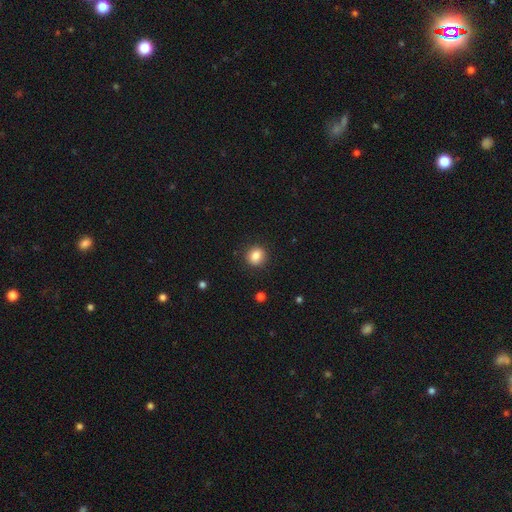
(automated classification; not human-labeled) Morphology: type=smooth (84%); roundness=round (81%); merging=none (89%).